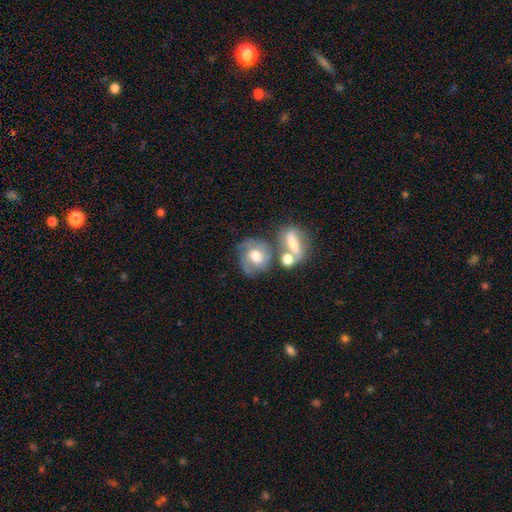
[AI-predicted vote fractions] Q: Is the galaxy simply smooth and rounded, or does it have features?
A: featured or disk — 62%.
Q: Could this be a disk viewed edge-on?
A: no — 96%.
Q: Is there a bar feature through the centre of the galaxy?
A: no — 55%.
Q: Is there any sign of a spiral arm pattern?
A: yes — 83%.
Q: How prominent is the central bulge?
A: moderate — 58%.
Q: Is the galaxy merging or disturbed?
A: none — 46%.